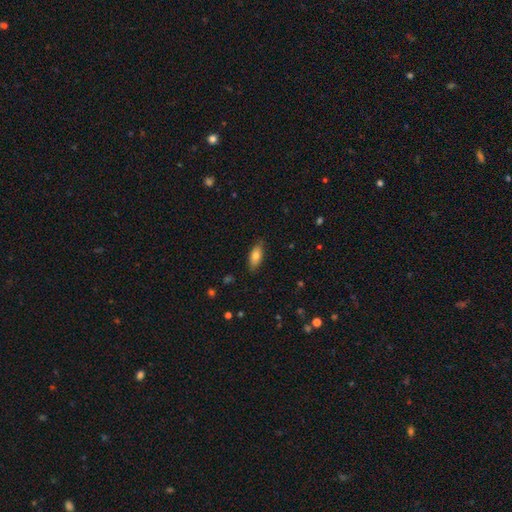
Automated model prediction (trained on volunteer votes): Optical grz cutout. It shows a smooth galaxy with no disk features (77%) that is in between round and cigar-shaped (80%). Merging: none (85%).